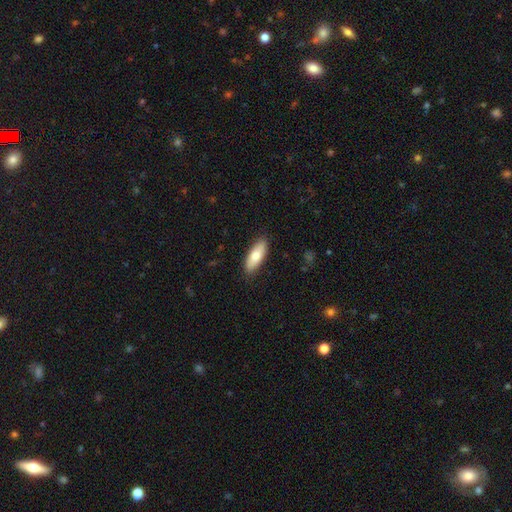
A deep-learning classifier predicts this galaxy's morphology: A smooth galaxy with no disk features (76%) that is in between round and cigar-shaped (68%). Merging: none (88%).